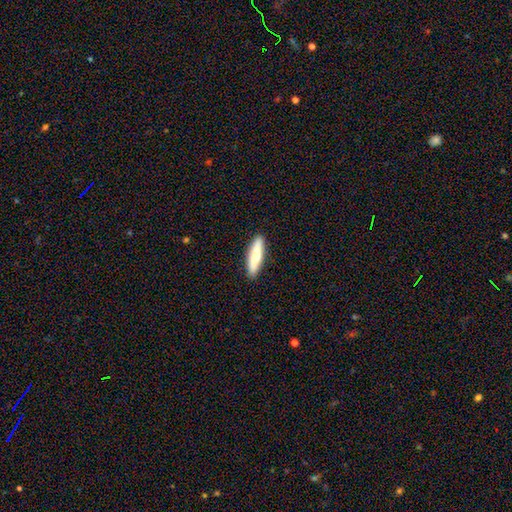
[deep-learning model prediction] This is likely a smooth galaxy (64%). How rounded: likely cigar-shaped (80%). Merging: clearly none (90%).